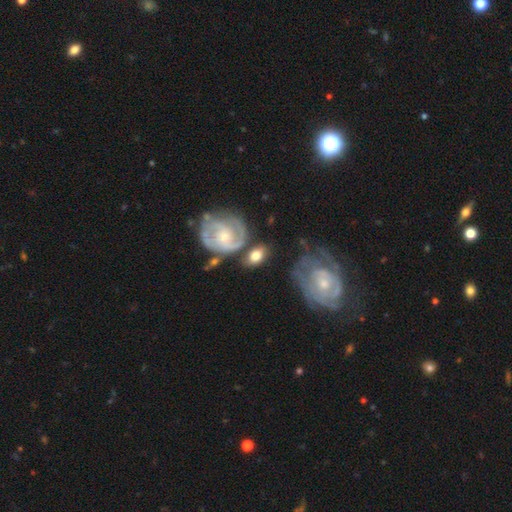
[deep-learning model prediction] Smooth or featured? smooth (53%)
How rounded? in between (79%)
Merging? none (55%)